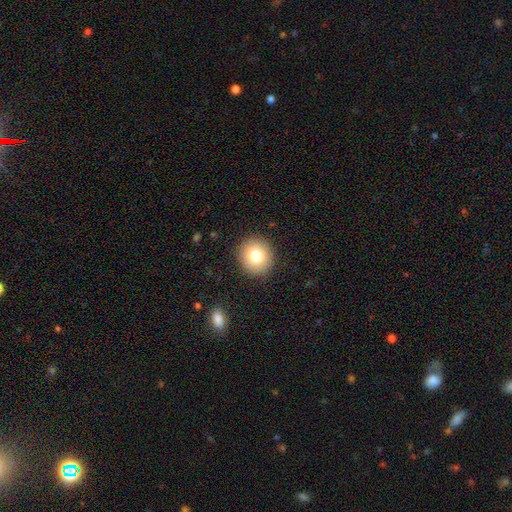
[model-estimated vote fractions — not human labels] smooth-or-featured: smooth: 78% | featured or disk: 12% | star or artifact: 11%
  how-rounded: round: 89% | in between: 10% | cigar-shaped: 1%
  merging: none: 90% | minor disturbance: 6% | major disturbance: 2% | merger: 1%